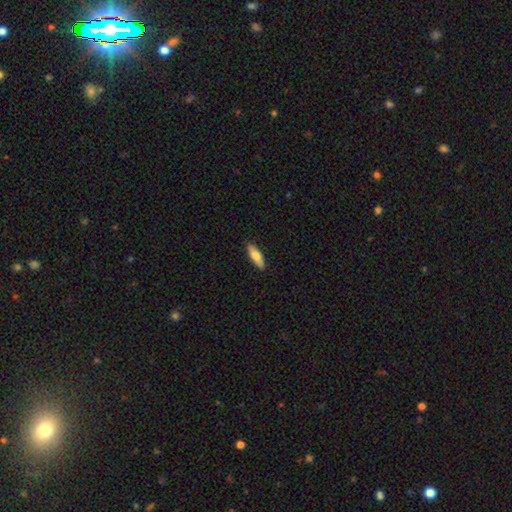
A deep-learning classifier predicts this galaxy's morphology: smooth_or_featured: smooth (p=0.74) [alt: featured or disk p=0.21]
how_rounded: in between (p=0.52) [alt: cigar-shaped p=0.46]
merging: none (p=0.89) [alt: minor disturbance p=0.09]